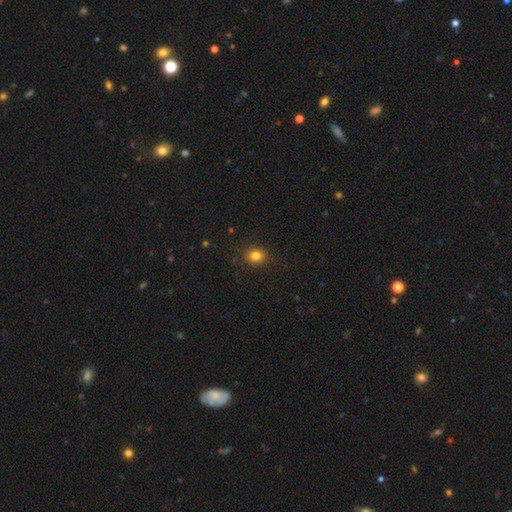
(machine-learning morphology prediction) A smooth galaxy with no disk features (82%) that is round (64%).

Vote fractions:
- Smooth or featured? smooth: 82% / star or artifact: 12% / featured or disk: 5%
- How rounded? round: 64% / in between: 35% / cigar-shaped: 1%
- Merging? none: 89% / minor disturbance: 8% / major disturbance: 2% / merger: 1%